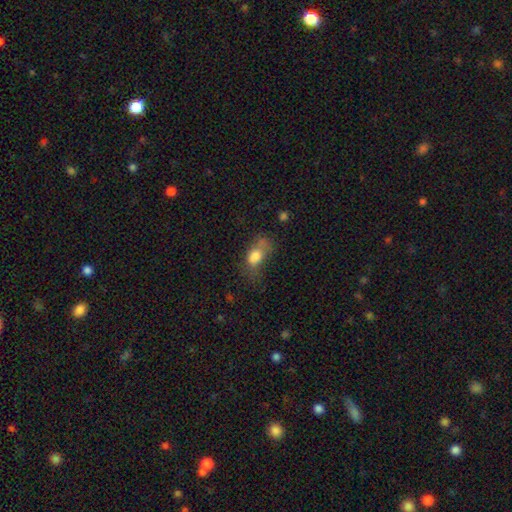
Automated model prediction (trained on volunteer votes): This is likely a smooth galaxy (71%). How rounded: clearly in between (80%). Merging: marginally major disturbance (34%).